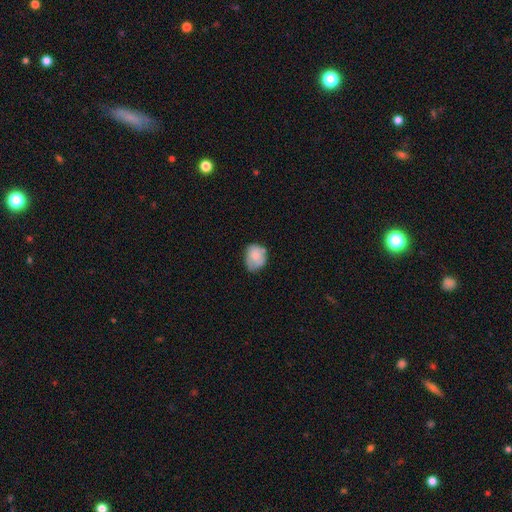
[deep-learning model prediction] A smooth galaxy with no disk features (69%) that is round (50%). Merging: none (53%).